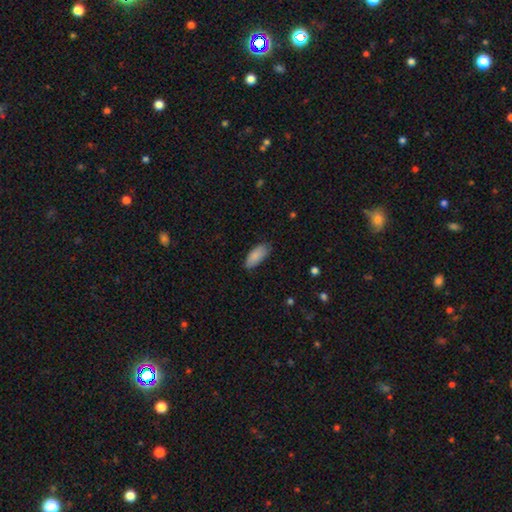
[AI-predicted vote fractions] Smooth or featured: smooth — 88% (star or artifact — 6%)
How rounded: in between — 87% (cigar-shaped — 11%)
Merging: none — 74% (minor disturbance — 21%)